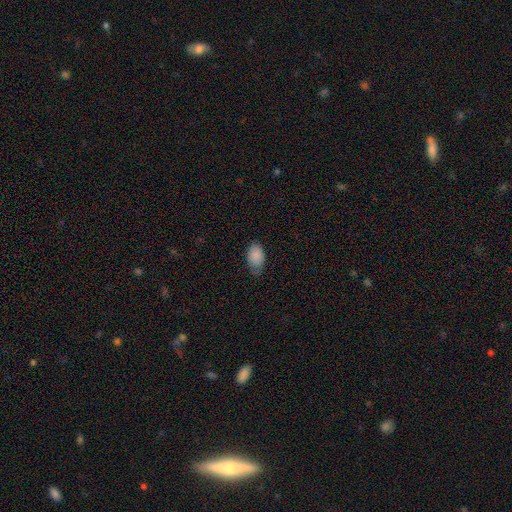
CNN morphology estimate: Q: Smooth or featured?
A: smooth (88%); runner-up: star or artifact (7%)
Q: How rounded?
A: in between (92%); runner-up: round (7%)
Q: Merging?
A: none (59%); runner-up: minor disturbance (34%)